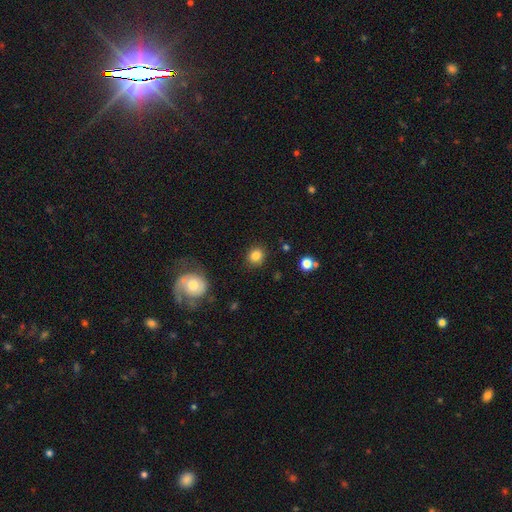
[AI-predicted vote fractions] This is clearly a smooth galaxy (84%). How rounded: likely round (80%). Merging: clearly none (87%).